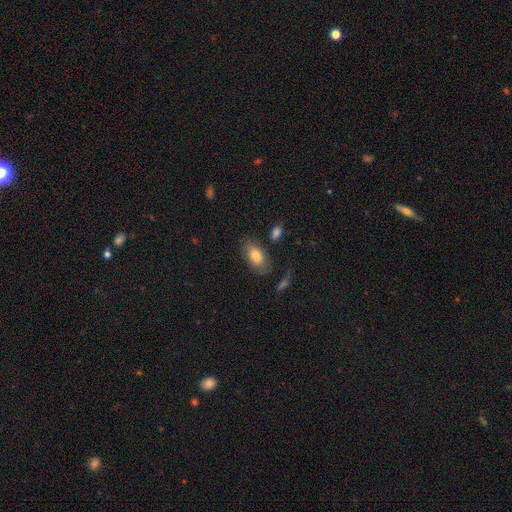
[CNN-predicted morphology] This is likely a smooth galaxy (76%). How rounded: clearly in between (92%). Merging: likely none (72%).